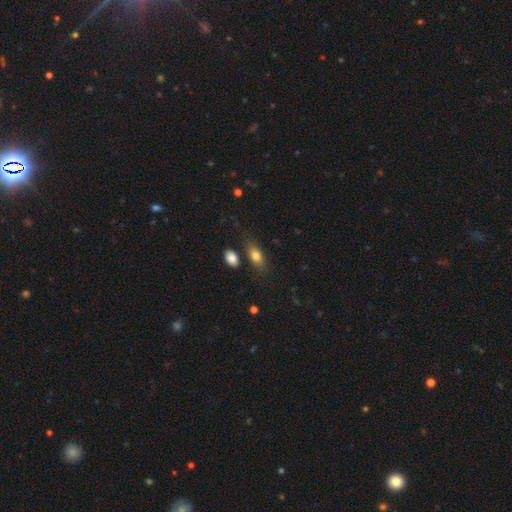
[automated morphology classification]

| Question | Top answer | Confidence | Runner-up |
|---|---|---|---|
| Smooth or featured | smooth | 80% | featured or disk (12%) |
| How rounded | in between | 84% | round (8%) |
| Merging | none | 72% | minor disturbance (15%) |